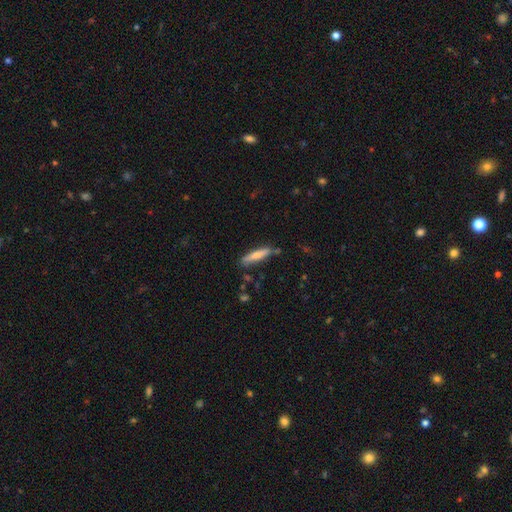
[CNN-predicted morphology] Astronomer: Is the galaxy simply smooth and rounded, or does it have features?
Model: smooth — 64%.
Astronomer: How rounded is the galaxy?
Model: cigar-shaped — 86%.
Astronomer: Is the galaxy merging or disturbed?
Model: none — 80%.